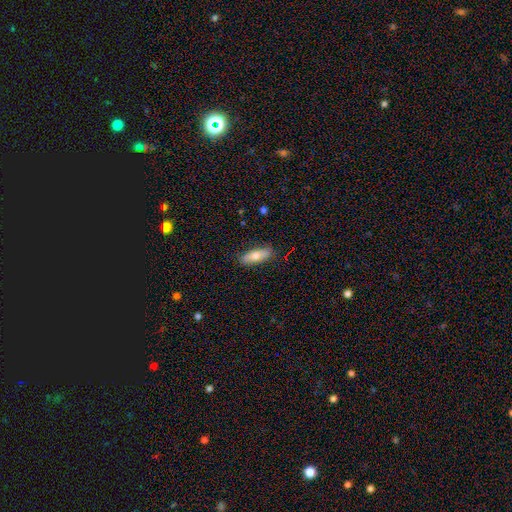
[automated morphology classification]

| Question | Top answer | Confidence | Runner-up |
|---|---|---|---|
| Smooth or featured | smooth | 71% | featured or disk (23%) |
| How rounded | in between | 60% | cigar-shaped (38%) |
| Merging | none | 85% | minor disturbance (11%) |